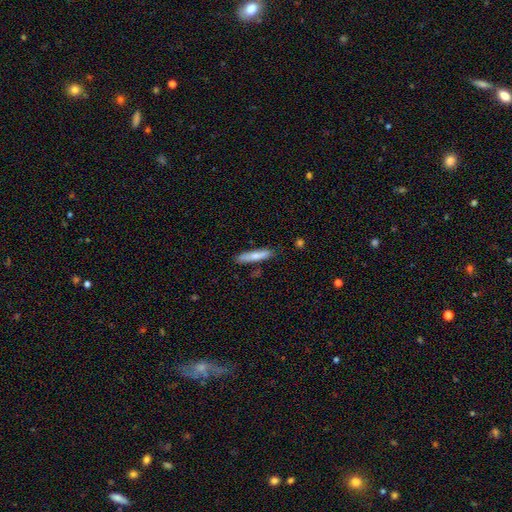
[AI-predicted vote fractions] smooth 69%, featured or disk 25%, star or artifact 6%. Down the decision tree: how rounded — cigar-shaped (86%); merging — none (84%).